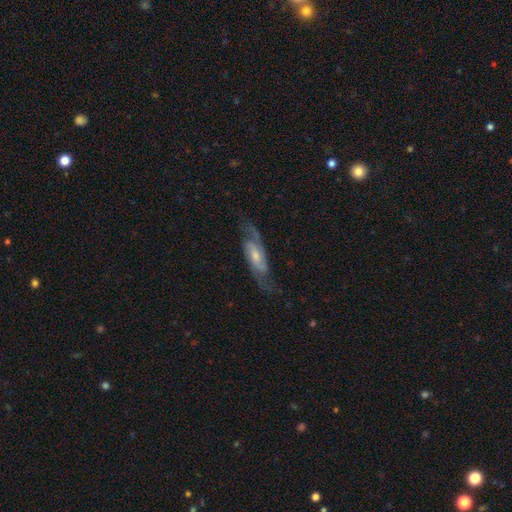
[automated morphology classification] Smooth or featured: featured or disk — 83% (smooth — 11%)
Edge-on disk: no — 87% (yes — 13%)
Bar: weak — 44% (no — 42%)
Spiral arms: yes — 96% (no — 4%)
Spiral winding: medium — 51% (tight — 25%)
Spiral arm count: 2 — 86% (can't tell — 7%)
Bulge size: moderate — 44% (small — 43%)
Merging: none — 74% (minor disturbance — 17%)